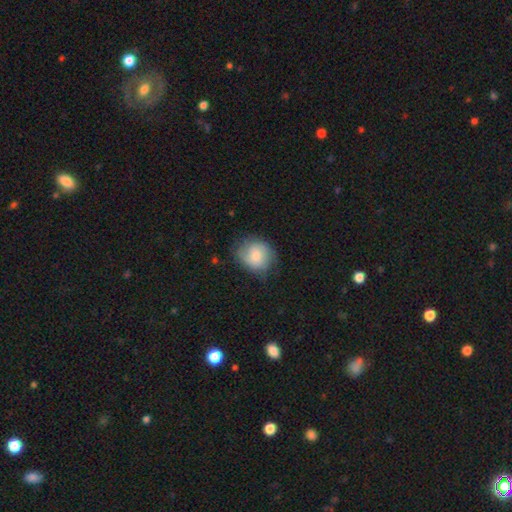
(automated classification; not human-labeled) A smooth galaxy with no disk features (67%) that is round (76%).

Vote fractions:
- Smooth or featured? smooth: 67% / featured or disk: 25% / star or artifact: 8%
- How rounded? round: 76% / in between: 24% / cigar-shaped: 1%
- Merging? none: 64% / minor disturbance: 26% / major disturbance: 9% / merger: 1%